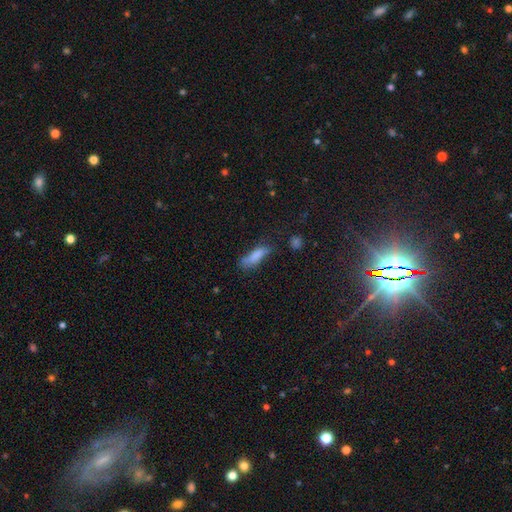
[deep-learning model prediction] The model was most divided on "how rounded": cigar-shaped: 51%, in between: 47%, round: 2%. More confident: smooth or featured — smooth (78%); merging — none (51%).